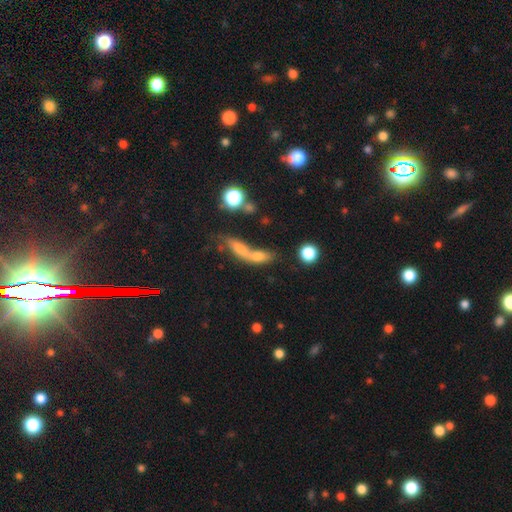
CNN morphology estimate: A smooth galaxy with no disk features (66%) that is in between round and cigar-shaped (49%). Merging: merger (59%).